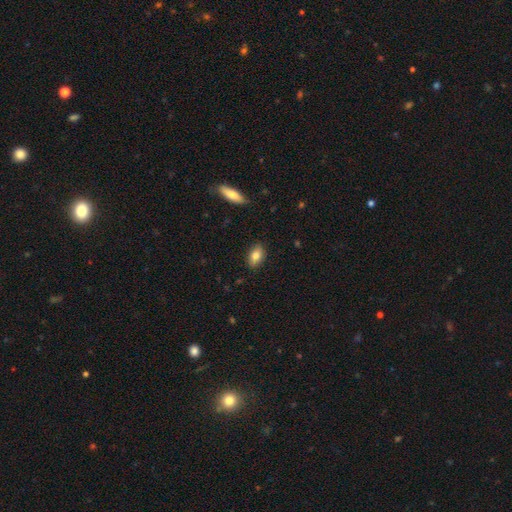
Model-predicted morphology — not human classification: Smooth or featured?
  - smooth: 81% *
  - featured or disk: 12%
  - star or artifact: 7%
How rounded?
  - in between: 89% *
  - round: 8%
  - cigar-shaped: 4%
Merging?
  - none: 87% *
  - minor disturbance: 10%
  - major disturbance: 2%
  - merger: 1%